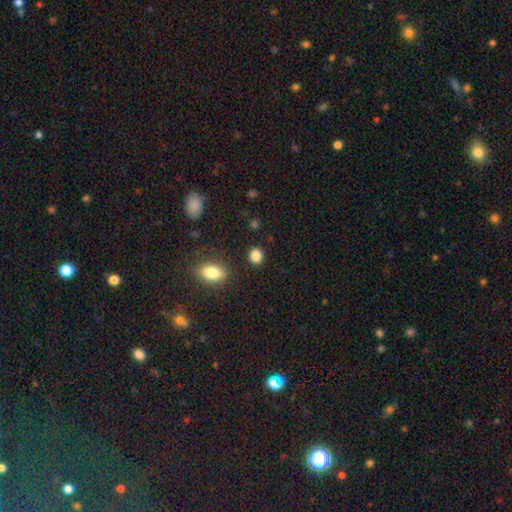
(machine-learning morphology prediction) Q: Smooth or featured?
A: smooth (86%); runner-up: star or artifact (10%)
Q: How rounded?
A: round (66%); runner-up: in between (32%)
Q: Merging?
A: none (87%); runner-up: minor disturbance (8%)